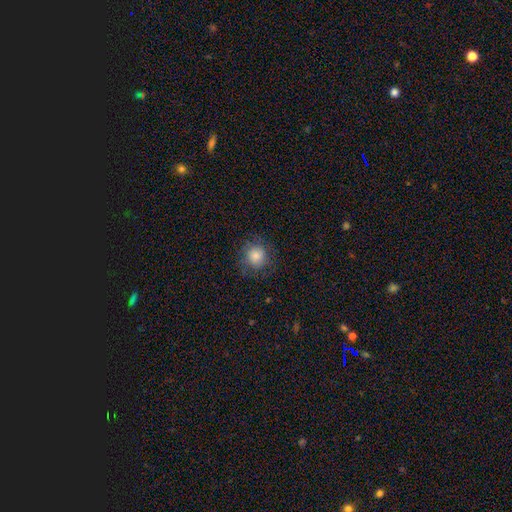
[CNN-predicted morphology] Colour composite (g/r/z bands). It shows a smooth galaxy with no disk features (75%) that is round (89%). Merging: none (76%).